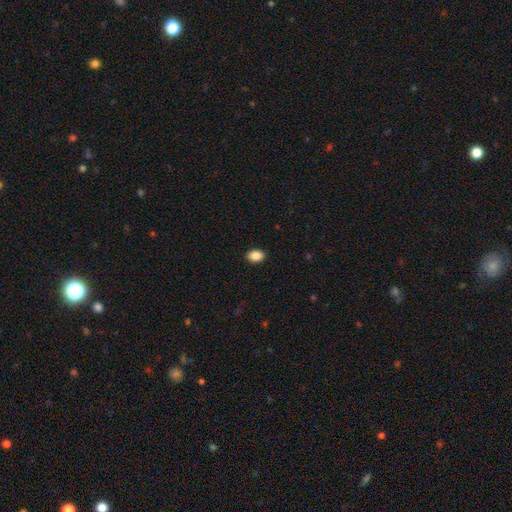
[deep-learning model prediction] Overall: smooth (88%). How rounded: in between (73%). Merging: none (90%).